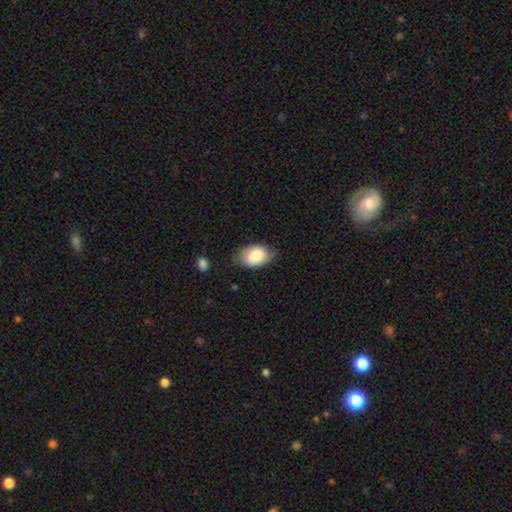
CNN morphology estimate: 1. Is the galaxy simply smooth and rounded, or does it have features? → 81% smooth, 13% featured or disk, 7% star or artifact.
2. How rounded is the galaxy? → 88% in between, 11% round, 1% cigar-shaped.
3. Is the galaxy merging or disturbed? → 67% none, 26% minor disturbance, 6% major disturbance, 2% merger.